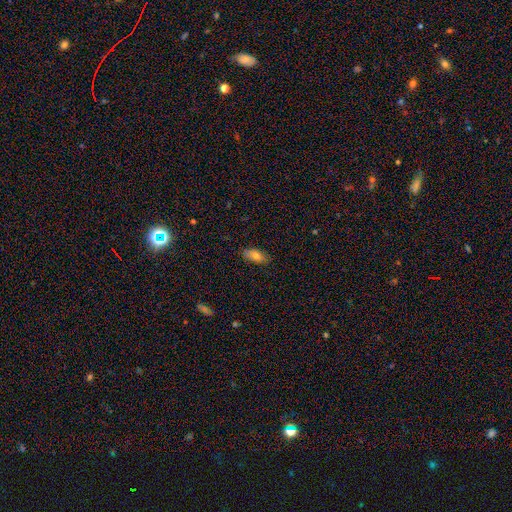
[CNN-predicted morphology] Q: Smooth or featured?
A: smooth (76%); runner-up: featured or disk (16%)
Q: How rounded?
A: in between (86%); runner-up: cigar-shaped (11%)
Q: Merging?
A: none (86%); runner-up: minor disturbance (11%)